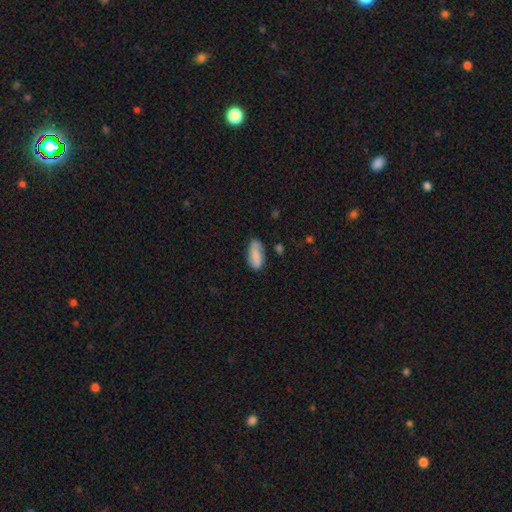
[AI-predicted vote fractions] Smooth or featured? smooth (77%)
How rounded? in between (87%)
Merging? none (71%)